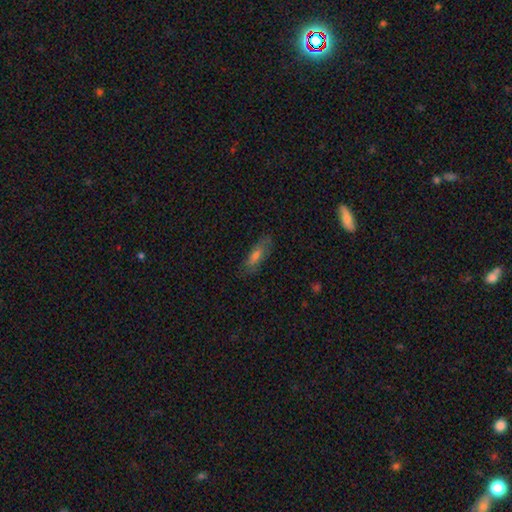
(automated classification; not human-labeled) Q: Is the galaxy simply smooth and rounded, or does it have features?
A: smooth — 59%.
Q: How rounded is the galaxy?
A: in between — 50%.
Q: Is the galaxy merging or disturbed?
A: none — 79%.